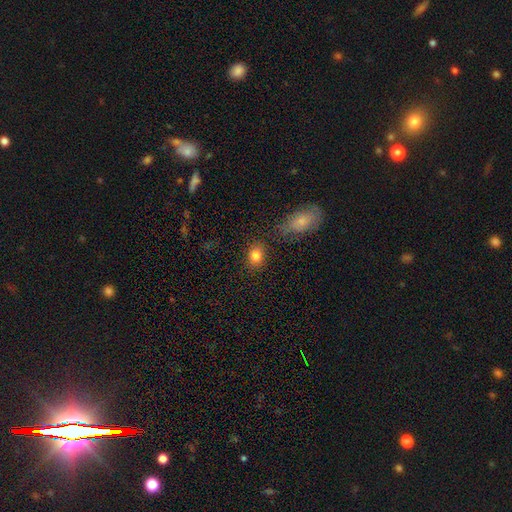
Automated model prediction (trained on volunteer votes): This appears to be a smooth galaxy with no disk features (84%) that is in between round and cigar-shaped (54%). Merging: none (82%).